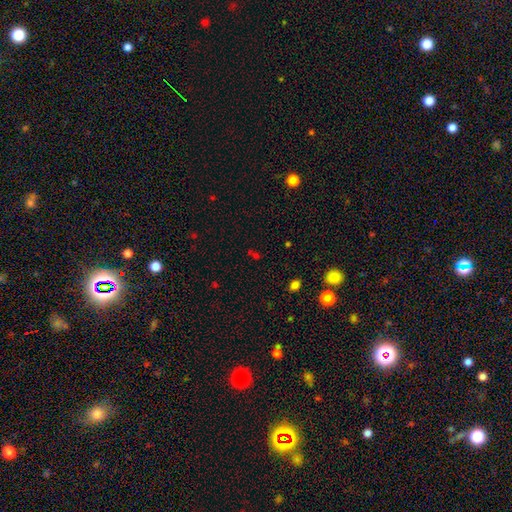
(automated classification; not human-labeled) Smooth or featured? Predicted: star or artifact (p=0.53).